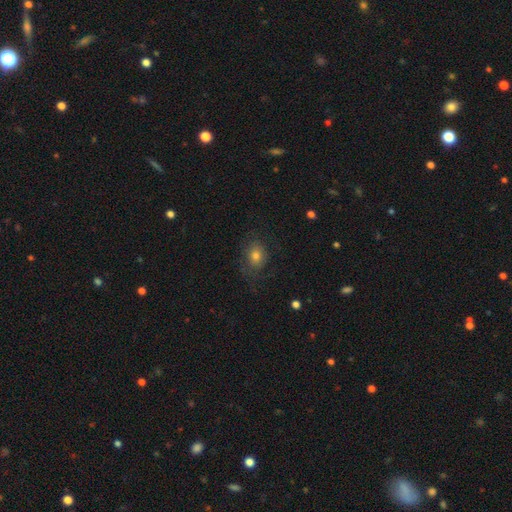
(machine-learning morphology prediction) Overall: smooth (66%). How rounded: round (55%; in between 44%). Merging: none (67%).